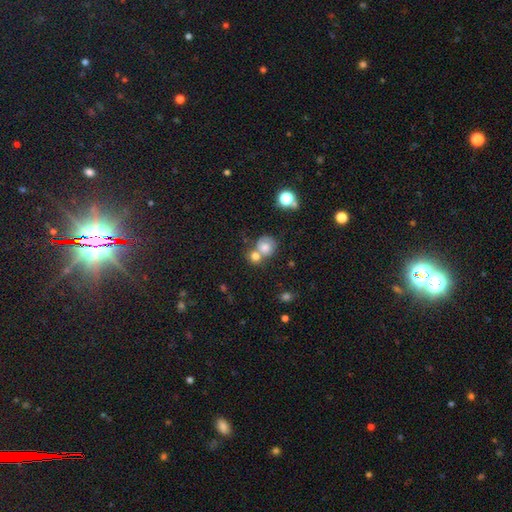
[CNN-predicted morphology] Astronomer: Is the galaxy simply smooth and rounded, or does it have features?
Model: smooth — 46% (runner-up: star or artifact, 42%).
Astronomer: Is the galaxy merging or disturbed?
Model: none — 54% (runner-up: merger, 33%).